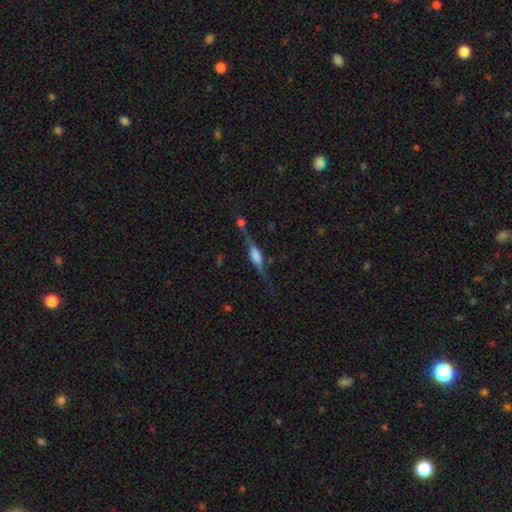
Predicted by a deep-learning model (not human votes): This appears to be a featured or disk galaxy (78%) viewed edge-on (95%) with a rounded central bulge (70%). Merging: none (69%).